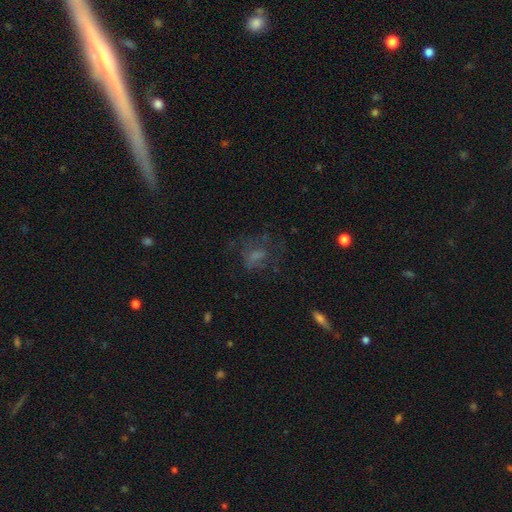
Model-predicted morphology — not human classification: Smooth or featured? Predicted: smooth (p=0.47). Merging? Predicted: none (p=0.46).